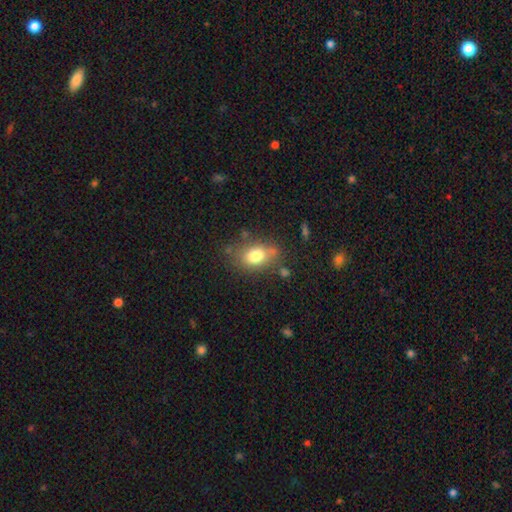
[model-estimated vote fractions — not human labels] smooth-or-featured: smooth: 77% | featured or disk: 13% | star or artifact: 10%
  how-rounded: in between: 78% | round: 20% | cigar-shaped: 2%
  merging: none: 67% | minor disturbance: 20% | major disturbance: 7% | merger: 7%